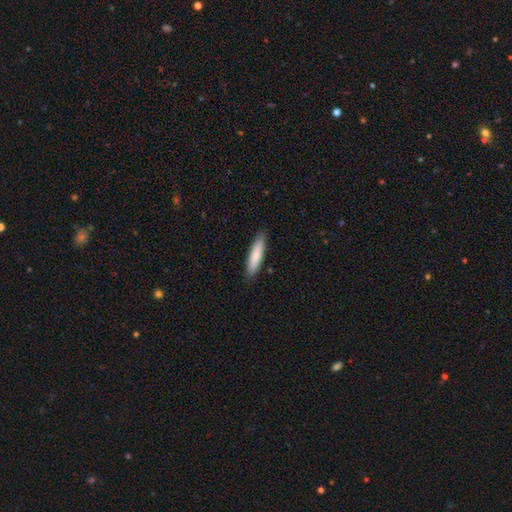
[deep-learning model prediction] This is clearly a smooth galaxy (81%). How rounded: likely cigar-shaped (79%). Merging: clearly none (89%).